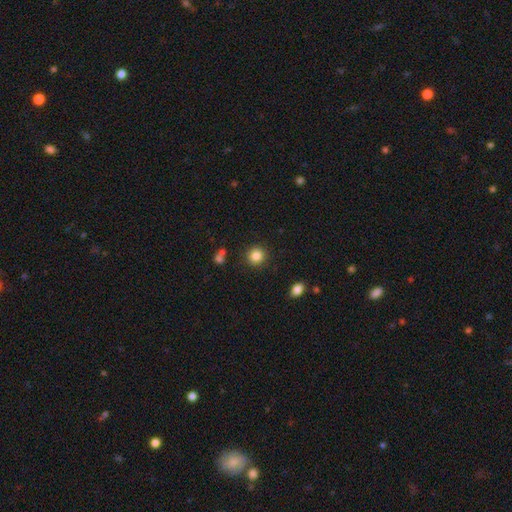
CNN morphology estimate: smooth_or_featured: smooth (p=0.85) [alt: star or artifact p=0.10]
how_rounded: round (p=0.91) [alt: in between p=0.08]
merging: none (p=0.89) [alt: minor disturbance p=0.07]